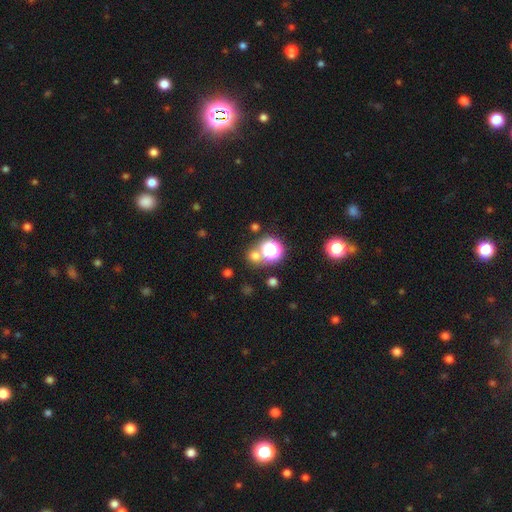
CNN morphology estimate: smooth-or-featured: smooth: 60% | star or artifact: 33% | featured or disk: 7%
  how-rounded: round: 85% | in between: 14% | cigar-shaped: 1%
  merging: none: 67% | merger: 21% | minor disturbance: 8% | major disturbance: 4%